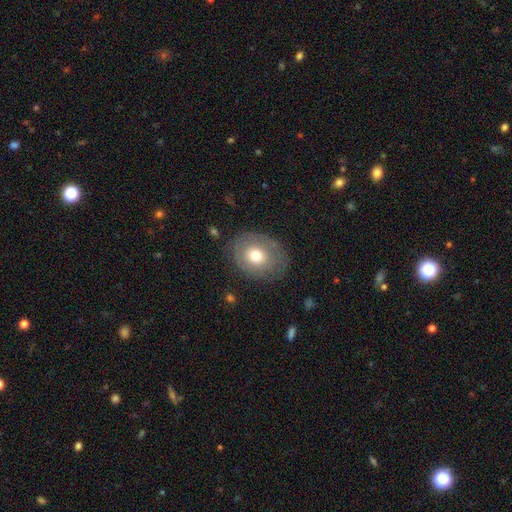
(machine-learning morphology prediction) Smooth or featured? smooth (64%)
How rounded? round (53%)
Merging? none (75%)